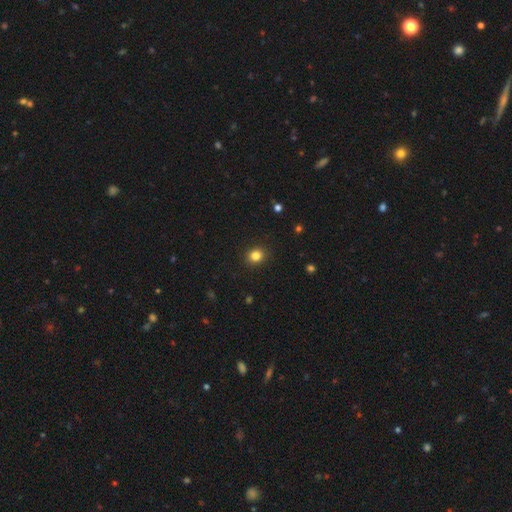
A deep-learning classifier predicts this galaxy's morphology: smooth 83%, star or artifact 12%, featured or disk 5%. Down the decision tree: how rounded — round (78%); merging — none (91%).